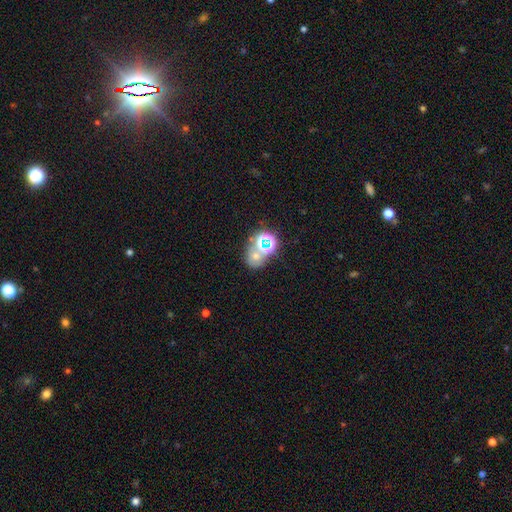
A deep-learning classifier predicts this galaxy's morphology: Smooth or featured?
  - star or artifact: 45% *
  - smooth: 39%
  - featured or disk: 16%